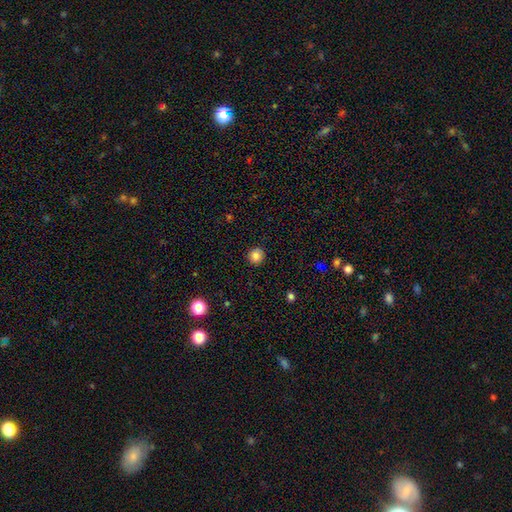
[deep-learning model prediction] Overall: smooth (83%). How rounded: round (93%). Merging: none (91%).